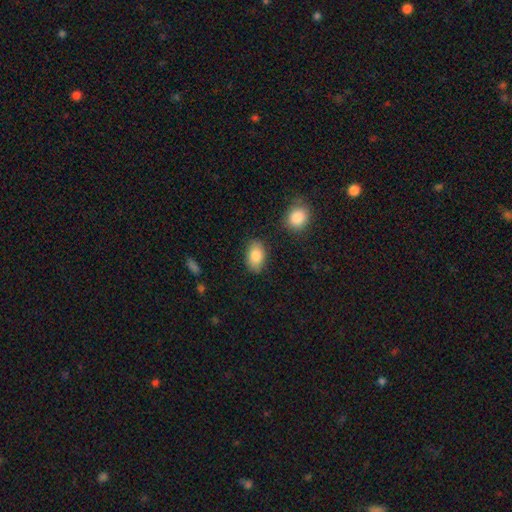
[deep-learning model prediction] Smooth or featured? Predicted: smooth (p=0.85). How rounded? Predicted: in between (p=0.89). Merging? Predicted: none (p=0.83).